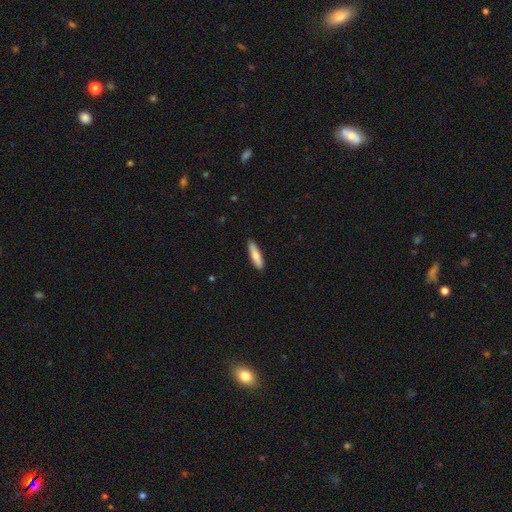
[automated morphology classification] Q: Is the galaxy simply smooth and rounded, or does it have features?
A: smooth — 78%.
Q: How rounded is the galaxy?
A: cigar-shaped — 71%.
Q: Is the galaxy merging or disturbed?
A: none — 88%.